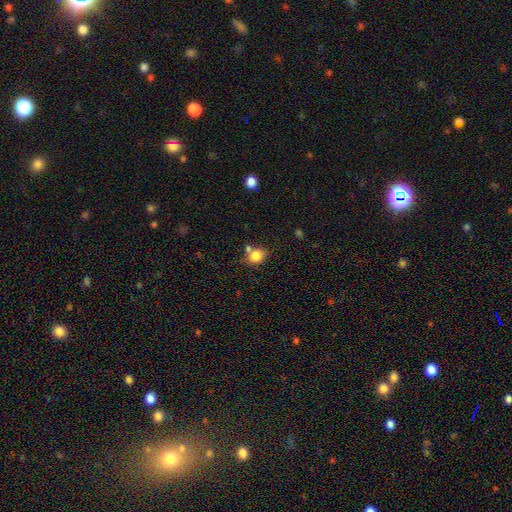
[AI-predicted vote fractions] smooth_or_featured: smooth (p=0.82) [alt: star or artifact p=0.10]
how_rounded: round (p=0.60) [alt: in between p=0.38]
merging: none (p=0.60) [alt: merger p=0.22]